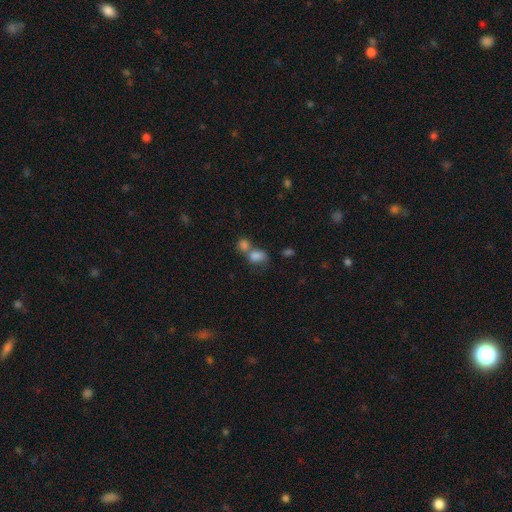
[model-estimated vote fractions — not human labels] smooth-or-featured: smooth: 81% | star or artifact: 10% | featured or disk: 9%
  how-rounded: in between: 73% | round: 25% | cigar-shaped: 2%
  merging: merger: 58% | none: 27% | minor disturbance: 9% | major disturbance: 6%